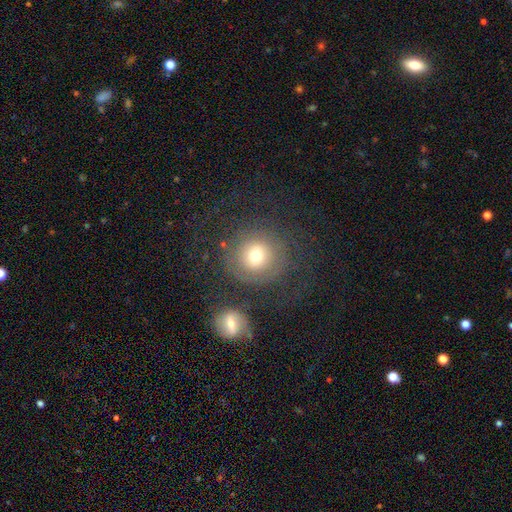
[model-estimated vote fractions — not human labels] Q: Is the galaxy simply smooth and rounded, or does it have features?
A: smooth — 61%.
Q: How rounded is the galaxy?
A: round — 90%.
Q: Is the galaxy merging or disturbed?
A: none — 67%.